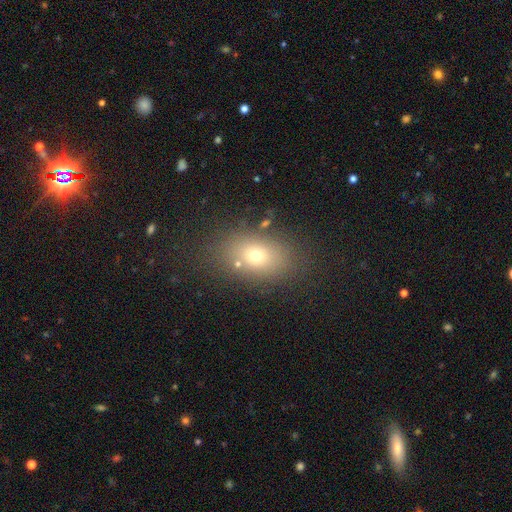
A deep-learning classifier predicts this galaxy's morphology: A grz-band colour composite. It shows a smooth galaxy with no disk features (70%) that is in between round and cigar-shaped (76%). Merging: none (77%).